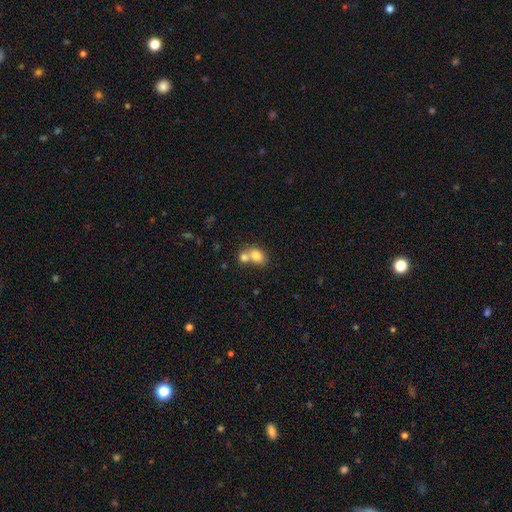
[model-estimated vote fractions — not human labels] The model was most divided on "how rounded": in between: 61%, round: 38%, cigar-shaped: 1%. More confident: smooth or featured — smooth (79%); merging — merger (56%).